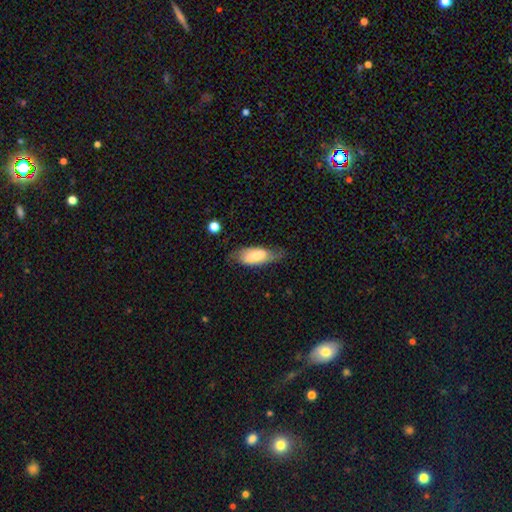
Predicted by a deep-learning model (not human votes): smooth 53%, featured or disk 39%, star or artifact 7%. Down the decision tree: how rounded — in between (76%); merging — none (62%).